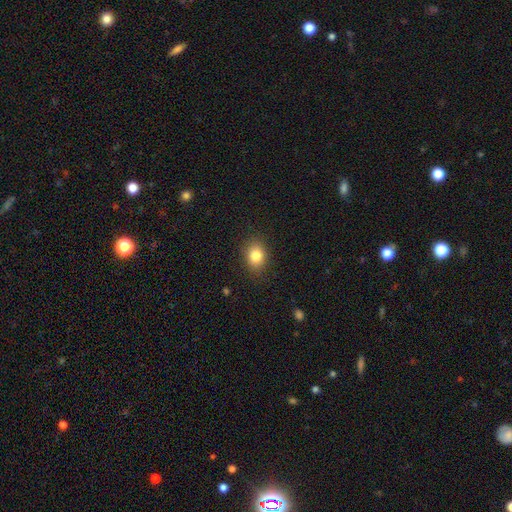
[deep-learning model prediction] Smooth or featured? Predicted: smooth (p=0.83). How rounded? Predicted: in between (p=0.56). Merging? Predicted: none (p=0.87).